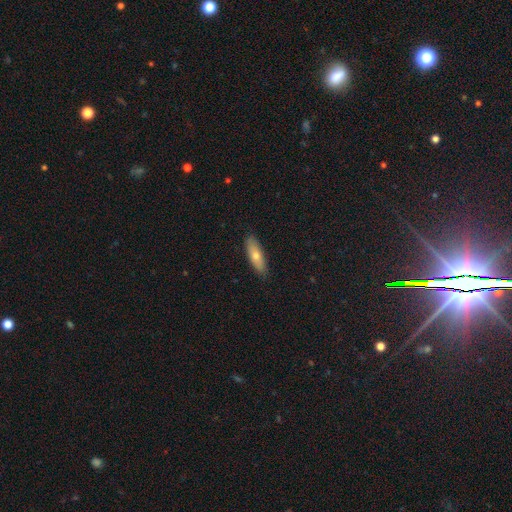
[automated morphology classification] Smooth or featured? Predicted: smooth (p=0.65). How rounded? Predicted: cigar-shaped (p=0.53). Merging? Predicted: none (p=0.88).